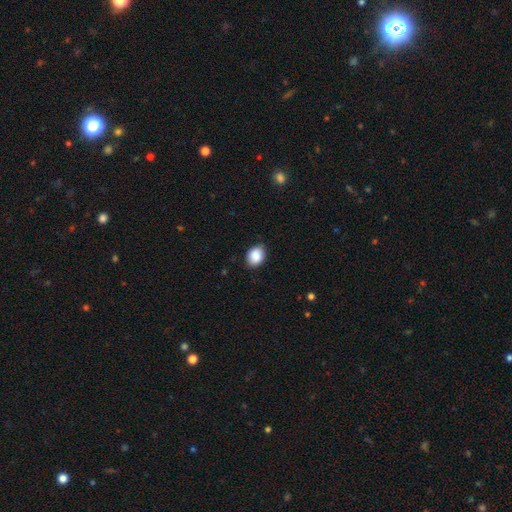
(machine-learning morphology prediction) Smooth or featured: smooth — 88% (star or artifact — 8%)
How rounded: in between — 61% (round — 38%)
Merging: none — 82% (minor disturbance — 15%)